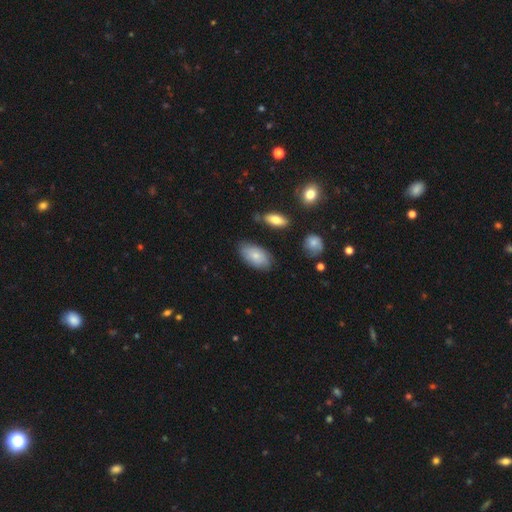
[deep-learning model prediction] Overall: smooth (75%). How rounded: in between (93%). Merging: none (75%).